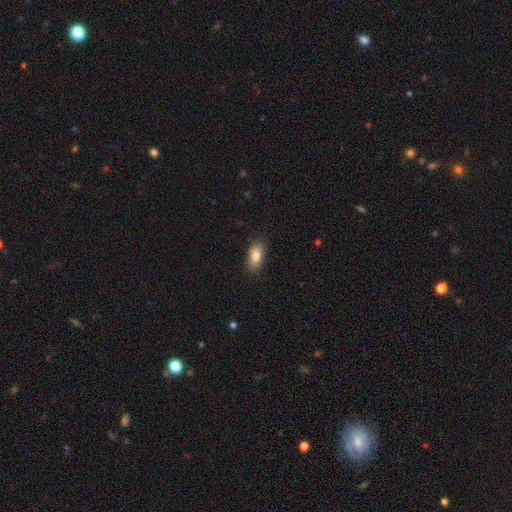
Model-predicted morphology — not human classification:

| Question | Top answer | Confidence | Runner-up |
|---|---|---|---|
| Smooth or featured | smooth | 82% | featured or disk (11%) |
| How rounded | in between | 87% | cigar-shaped (8%) |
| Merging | none | 86% | minor disturbance (11%) |